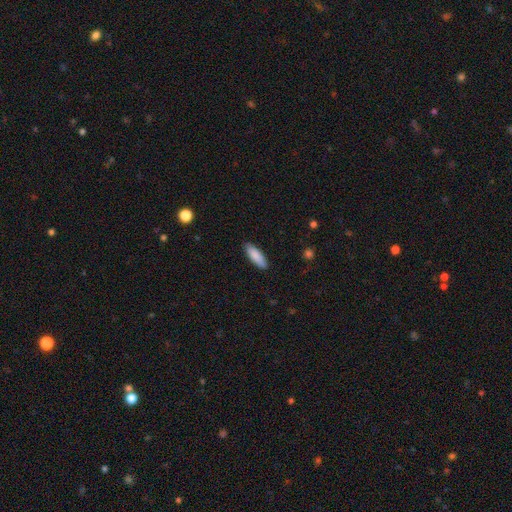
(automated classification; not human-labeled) Q: Smooth or featured?
A: smooth (87%); runner-up: featured or disk (7%)
Q: How rounded?
A: in between (54%); runner-up: cigar-shaped (44%)
Q: Merging?
A: none (88%); runner-up: minor disturbance (9%)